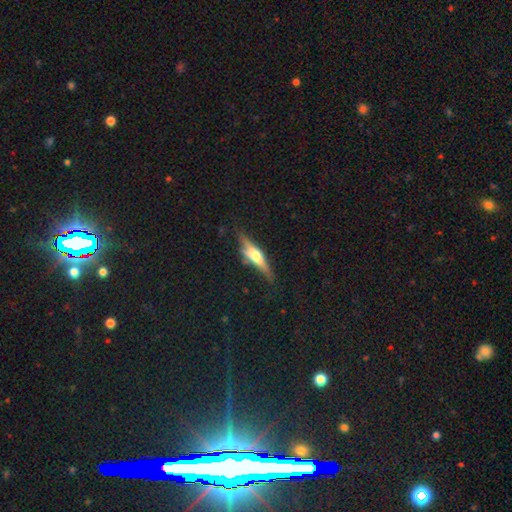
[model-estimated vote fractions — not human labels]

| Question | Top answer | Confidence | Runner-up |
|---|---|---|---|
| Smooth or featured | featured or disk | 62% | smooth (30%) |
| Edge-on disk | yes | 94% | no (6%) |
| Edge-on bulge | rounded | 90% | boxy (6%) |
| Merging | none | 74% | minor disturbance (18%) |